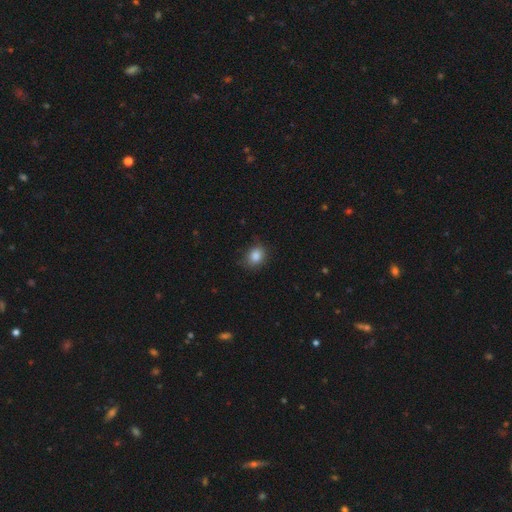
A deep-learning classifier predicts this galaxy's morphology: Q: Smooth or featured?
A: smooth (86%); runner-up: star or artifact (9%)
Q: How rounded?
A: in between (50%); runner-up: round (49%)
Q: Merging?
A: none (74%); runner-up: minor disturbance (20%)